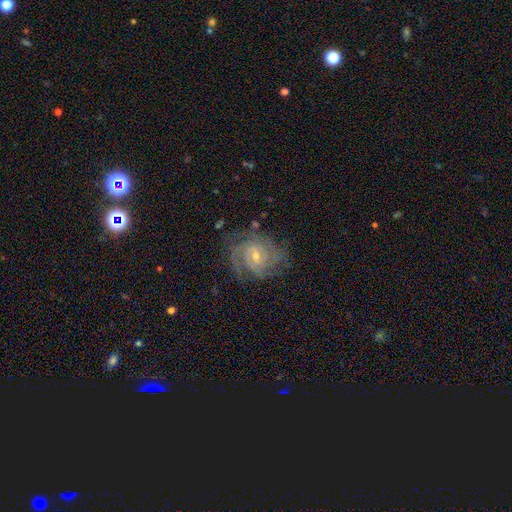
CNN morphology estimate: Q: Smooth or featured?
A: featured or disk (85%); runner-up: smooth (8%)
Q: Edge-on disk?
A: no (97%); runner-up: yes (3%)
Q: Bar?
A: weak (52%); runner-up: no (35%)
Q: Spiral arms?
A: yes (96%); runner-up: no (4%)
Q: Spiral winding?
A: tight (61%); runner-up: medium (32%)
Q: Spiral arm count?
A: can't tell (28%); runner-up: 2 (26%)
Q: Bulge size?
A: small (58%); runner-up: moderate (38%)
Q: Merging?
A: none (72%); runner-up: minor disturbance (18%)